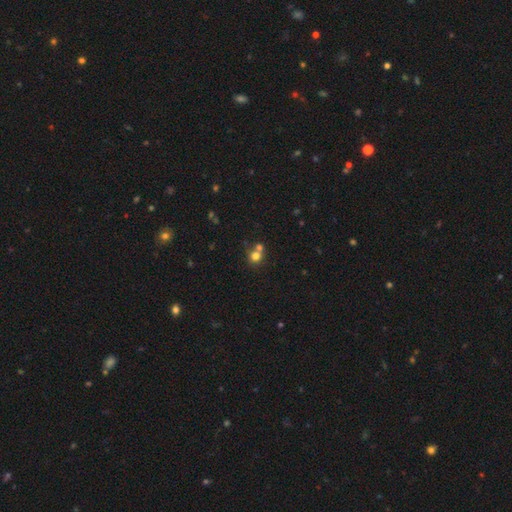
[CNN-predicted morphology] This is likely a smooth galaxy (75%). How rounded: clearly round (82%). Merging: possibly none (46%).